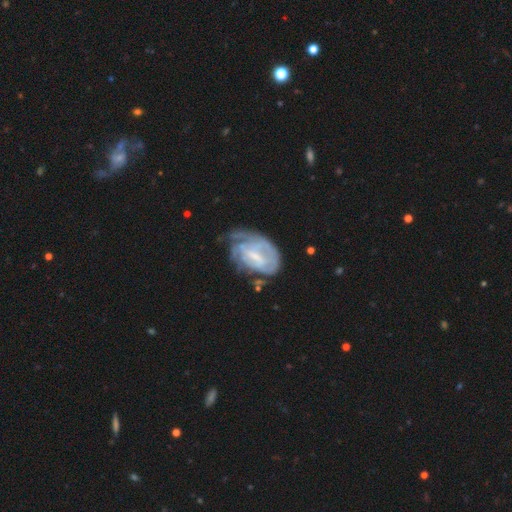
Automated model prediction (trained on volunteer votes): This is likely a featured or disk galaxy (72%). It is clearly not viewed edge-on (96%). Bar: possibly weak (54%). Spiral arm pattern: likely yes (77%). Spiral arm count: possibly can't tell (55%). Spiral winding: possibly tight (56%). Central bulge: possibly small (49%). Merging: marginally none (36%).